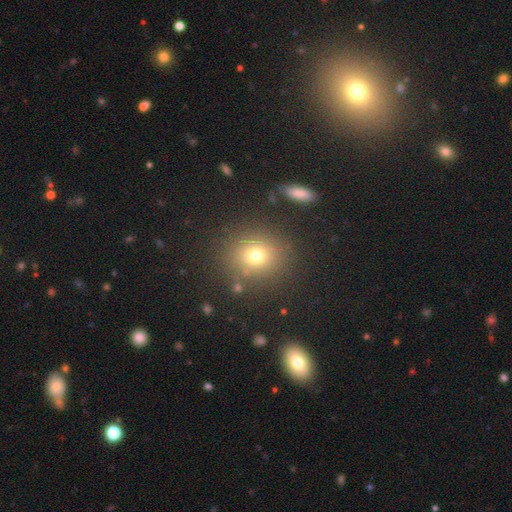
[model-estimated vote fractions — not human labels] Smooth or featured? Predicted: smooth (p=0.72). How rounded? Predicted: round (p=0.80). Merging? Predicted: none (p=0.84).